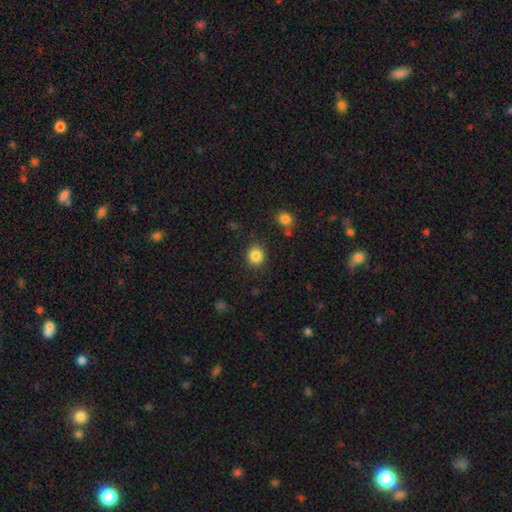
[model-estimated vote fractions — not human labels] smooth 85%, star or artifact 10%, featured or disk 5%. Down the decision tree: how rounded — round (83%); merging — none (87%).